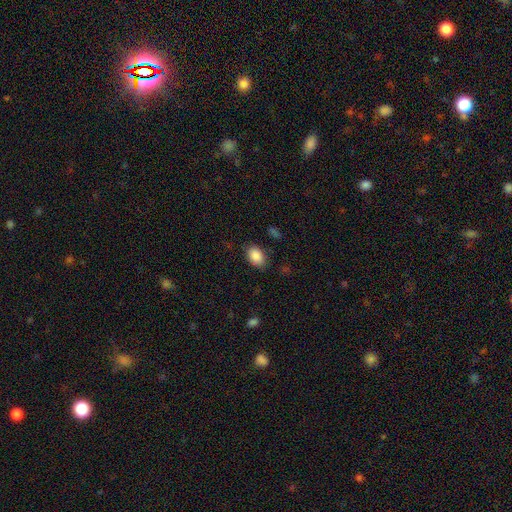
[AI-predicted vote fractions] Morphology: type=smooth (88%); roundness=in between (84%); merging=none (81%).